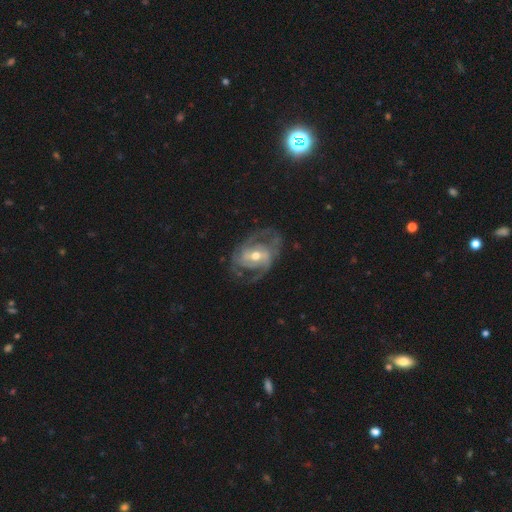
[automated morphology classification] Smooth or featured: featured or disk — 89% (smooth — 6%)
Edge-on disk: no — 97% (yes — 3%)
Bar: weak — 42% (no — 31%)
Spiral arms: yes — 95% (no — 5%)
Spiral winding: medium — 48% (tight — 35%)
Spiral arm count: 2 — 45% (3 — 27%)
Bulge size: moderate — 68% (small — 26%)
Merging: none — 65% (minor disturbance — 19%)